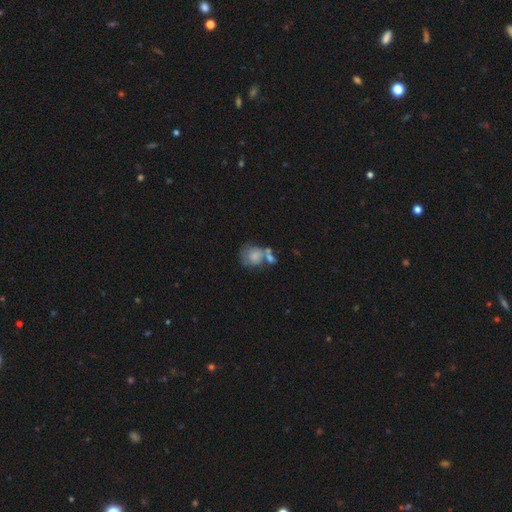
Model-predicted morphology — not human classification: smooth 69%, featured or disk 23%, star or artifact 8%. Down the decision tree: how rounded — round (66%); merging — merger (39%).